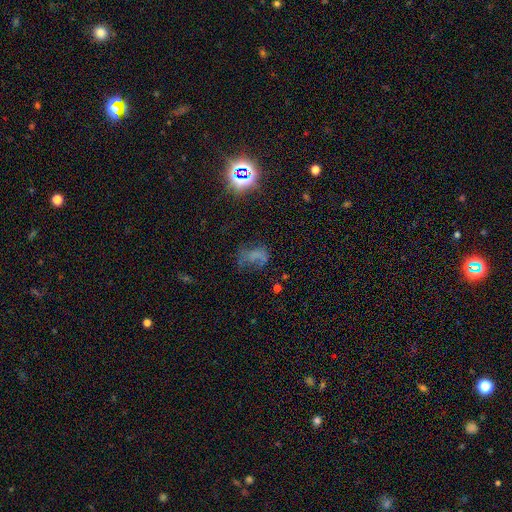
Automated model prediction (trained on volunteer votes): Smooth or featured?
  - smooth: 42% *
  - star or artifact: 34%
  - featured or disk: 24%
Merging?
  - none: 41% *
  - major disturbance: 30%
  - minor disturbance: 24%
  - merger: 5%